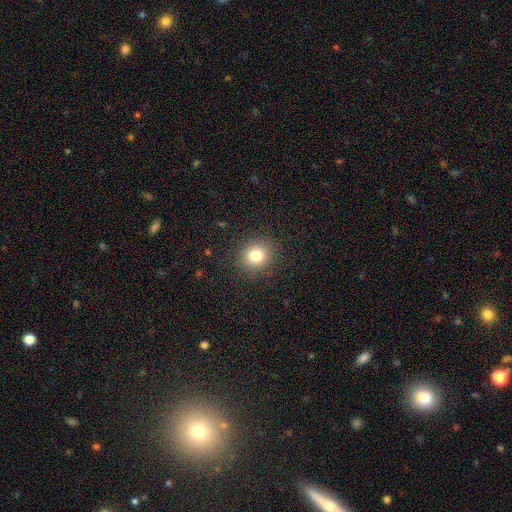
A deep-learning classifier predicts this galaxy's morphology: Overall: smooth (80%). How rounded: round (86%). Merging: none (89%).